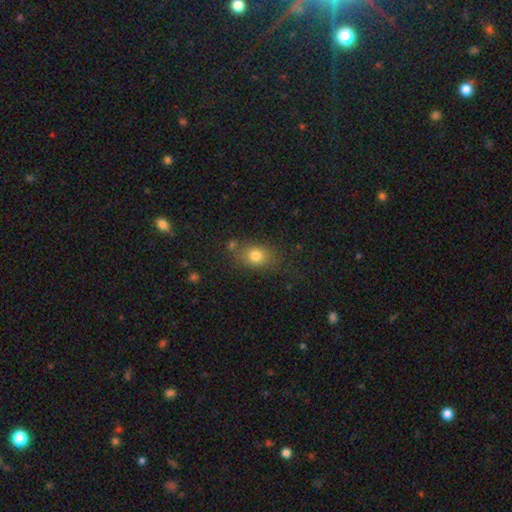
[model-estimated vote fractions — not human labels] Morphology: type=smooth (78%); roundness=in between (62%); merging=none (72%).